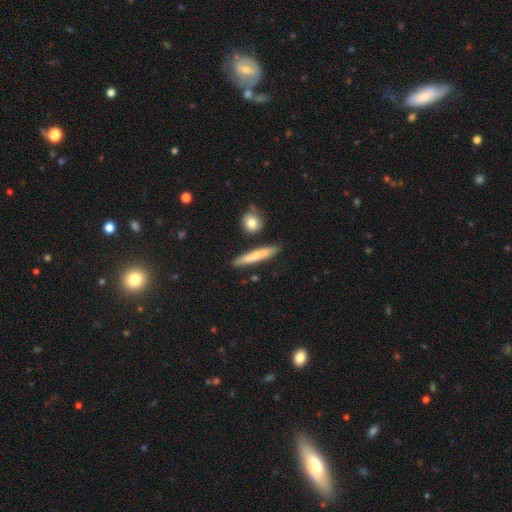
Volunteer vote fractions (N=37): Q: Smooth or featured?
A: smooth (62%); runner-up: featured or disk (32%)
Q: How rounded?
A: cigar-shaped (78%); runner-up: in between (22%)
Q: Merging?
A: none (89%); runner-up: minor disturbance (9%)